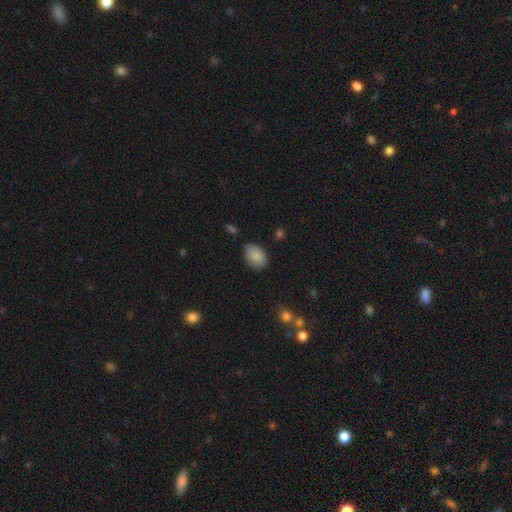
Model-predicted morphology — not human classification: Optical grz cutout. It shows a smooth galaxy with no disk features (86%) that is in between round and cigar-shaped (82%). Merging: none (73%).